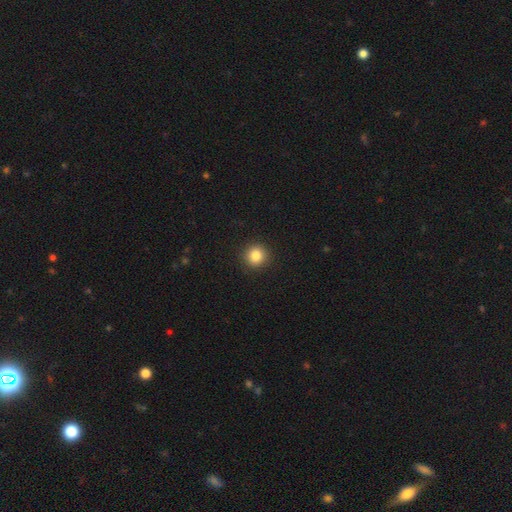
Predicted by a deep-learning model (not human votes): smooth-or-featured: smooth: 85% | star or artifact: 11% | featured or disk: 5%
  how-rounded: round: 93% | in between: 6% | cigar-shaped: 1%
  merging: none: 92% | minor disturbance: 5% | major disturbance: 2% | merger: 1%